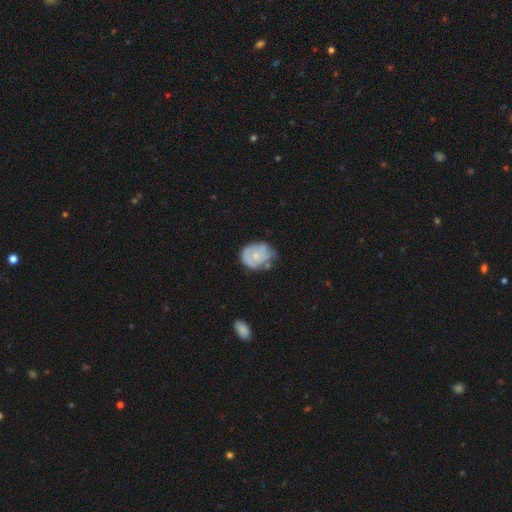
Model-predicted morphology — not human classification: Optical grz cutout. It shows a smooth galaxy with no disk features (51%) that is round (54%). Merging: none (46%).